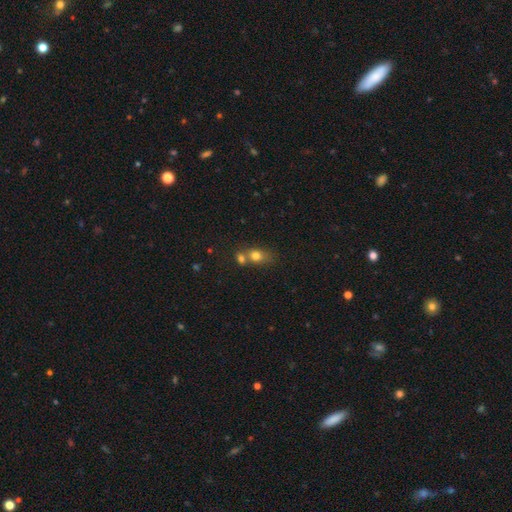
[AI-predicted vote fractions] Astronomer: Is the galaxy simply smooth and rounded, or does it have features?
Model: smooth — 76%.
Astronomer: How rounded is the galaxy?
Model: in between — 59% (runner-up: round, 38%).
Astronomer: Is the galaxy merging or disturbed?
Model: merger — 53% (runner-up: none, 31%).